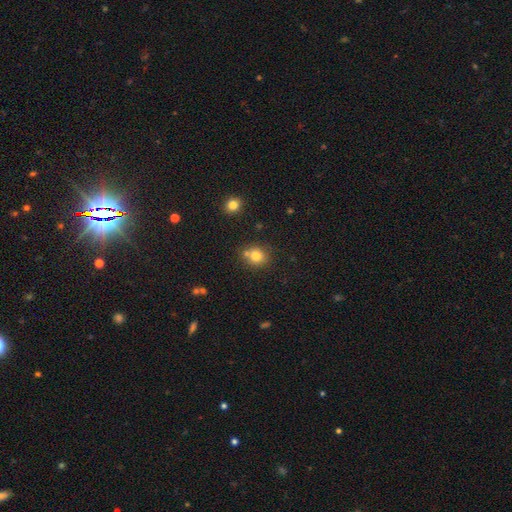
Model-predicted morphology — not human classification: A smooth galaxy with no disk features (79%) that is round (82%).

Vote fractions:
- Smooth or featured? smooth: 79% / star or artifact: 13% / featured or disk: 9%
- How rounded? round: 82% / in between: 17% / cigar-shaped: 1%
- Merging? none: 66% / merger: 19% / minor disturbance: 12% / major disturbance: 3%